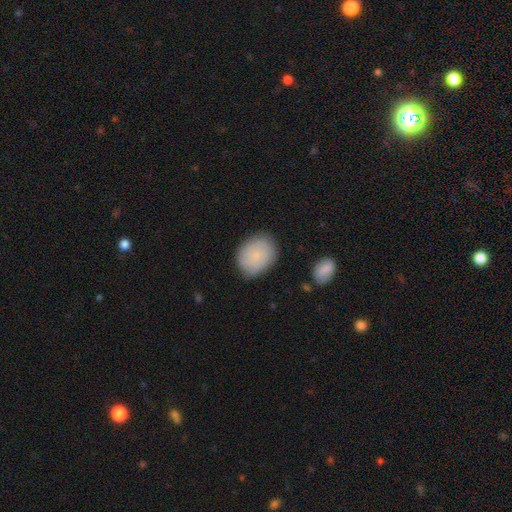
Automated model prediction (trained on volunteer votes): Smooth or featured? smooth (73%)
How rounded? in between (53%)
Merging? none (76%)